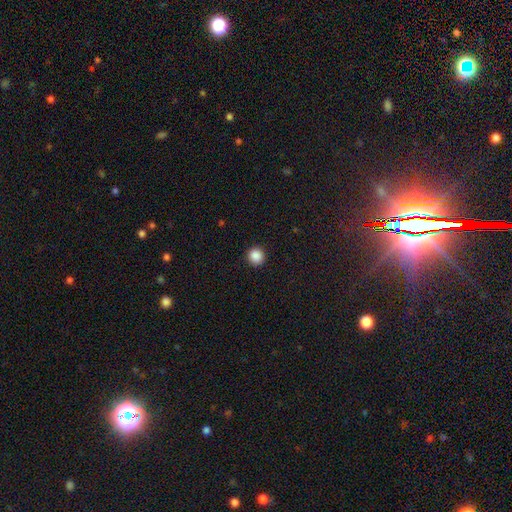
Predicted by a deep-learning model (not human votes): This appears to be a smooth galaxy with no disk features (88%) that is round (95%). Merging: none (93%).